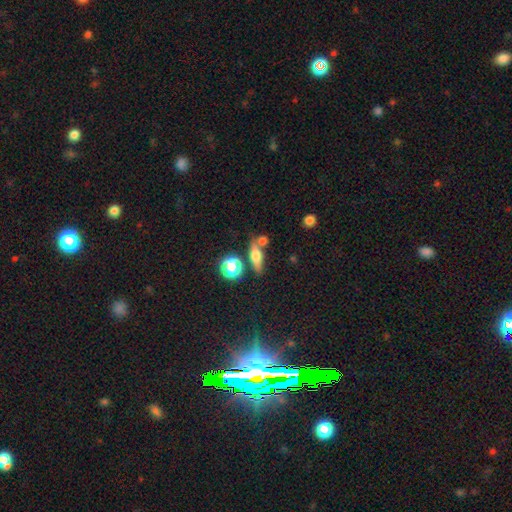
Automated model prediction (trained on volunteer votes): smooth_or_featured: smooth (p=0.56) [alt: featured or disk p=0.30]
how_rounded: cigar-shaped (p=0.44) [alt: in between p=0.41]
merging: none (p=0.65) [alt: merger p=0.17]